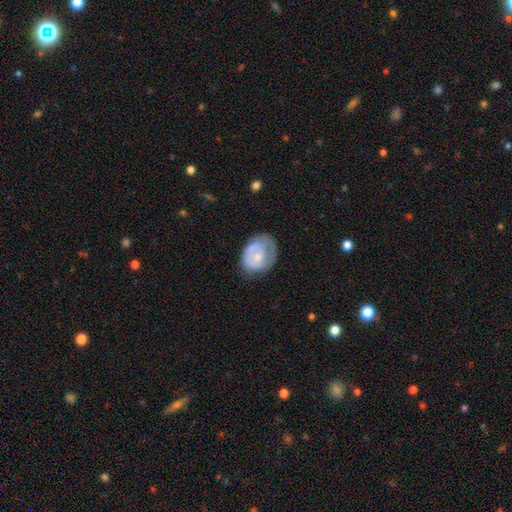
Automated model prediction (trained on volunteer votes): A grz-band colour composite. It shows a smooth galaxy with no disk features (56%) that is in between round and cigar-shaped (56%). Merging: none (49%).